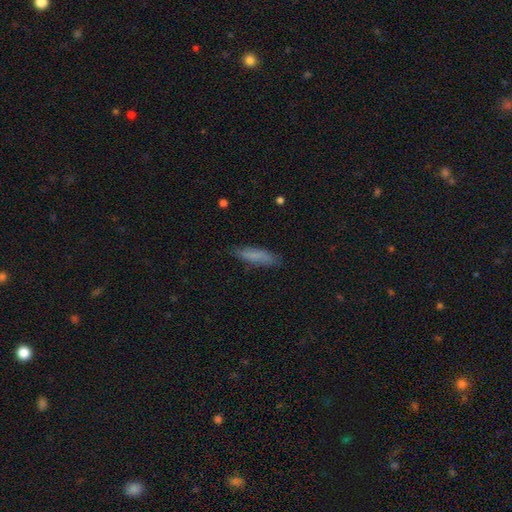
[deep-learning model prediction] Smooth or featured: smooth — 79% (featured or disk — 14%)
How rounded: cigar-shaped — 70% (in between — 28%)
Merging: none — 80% (minor disturbance — 15%)